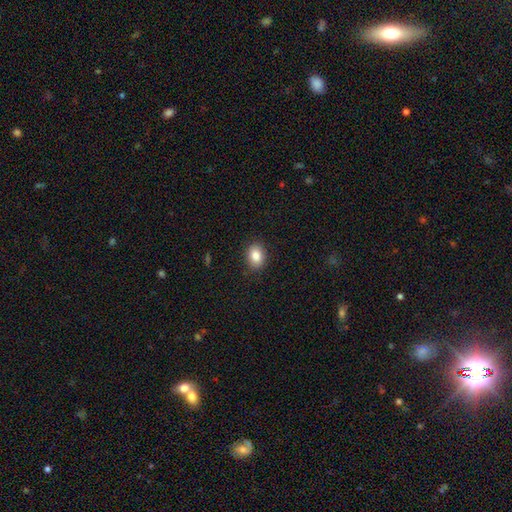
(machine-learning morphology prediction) Smooth or featured? smooth (85%)
How rounded? in between (67%)
Merging? none (89%)